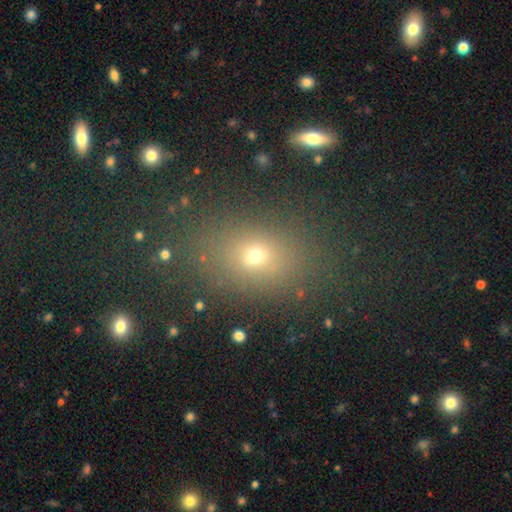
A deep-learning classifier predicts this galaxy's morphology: smooth-or-featured: smooth: 63% | star or artifact: 24% | featured or disk: 13%
  how-rounded: in between: 63% | round: 34% | cigar-shaped: 3%
  merging: none: 81% | minor disturbance: 10% | major disturbance: 5% | merger: 3%